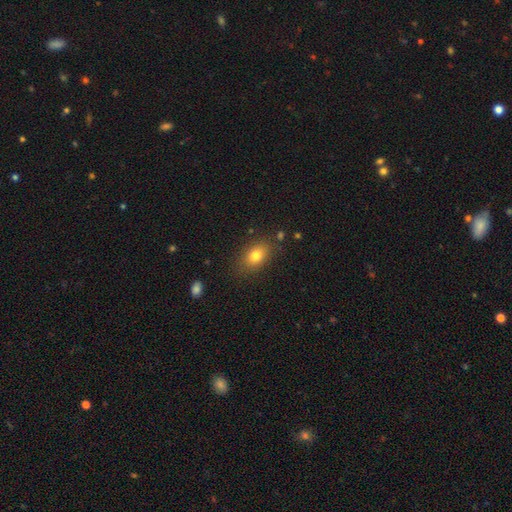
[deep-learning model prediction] Smooth or featured? smooth (80%)
How rounded? in between (81%)
Merging? none (81%)